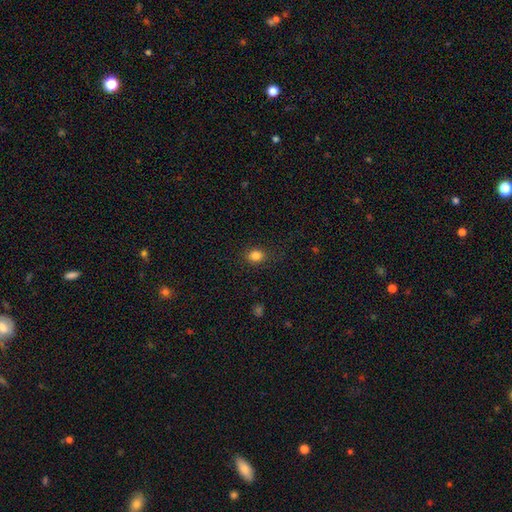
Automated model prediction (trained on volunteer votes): A smooth galaxy with no disk features (84%) that is round (51%).

Vote fractions:
- Smooth or featured? smooth: 84% / star or artifact: 11% / featured or disk: 5%
- How rounded? round: 51% / in between: 48% / cigar-shaped: 1%
- Merging? none: 85% / minor disturbance: 11% / major disturbance: 4% / merger: 1%